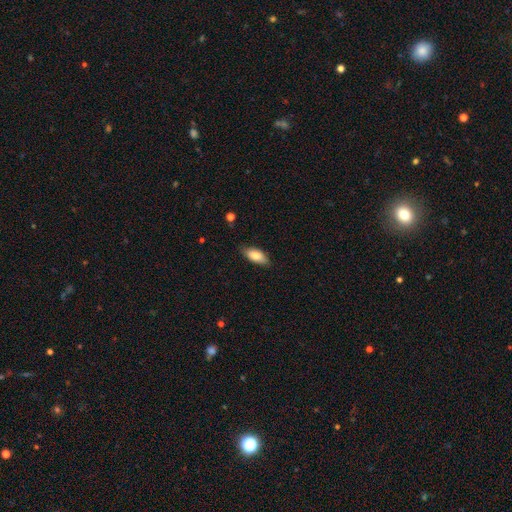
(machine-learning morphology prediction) Smooth or featured? Predicted: smooth (p=0.80). How rounded? Predicted: in between (p=0.86). Merging? Predicted: none (p=0.81).